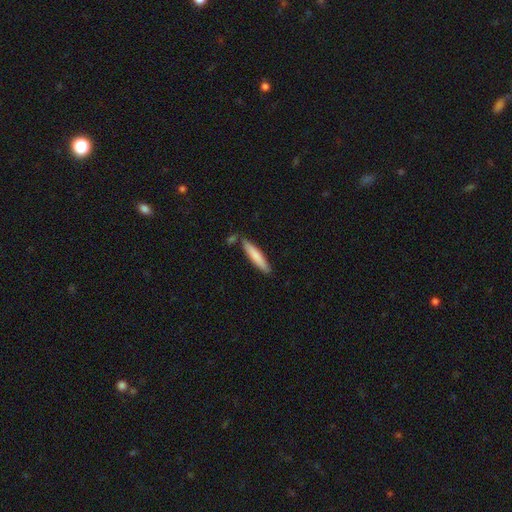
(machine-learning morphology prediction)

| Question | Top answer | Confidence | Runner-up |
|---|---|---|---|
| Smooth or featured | smooth | 77% | featured or disk (18%) |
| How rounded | cigar-shaped | 89% | in between (10%) |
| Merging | none | 80% | minor disturbance (12%) |